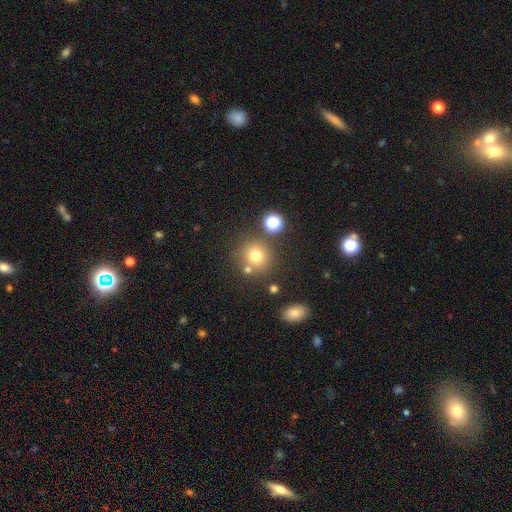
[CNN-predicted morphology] Smooth or featured: smooth — 73% (star or artifact — 17%)
How rounded: round — 91% (in between — 8%)
Merging: none — 74% (merger — 12%)